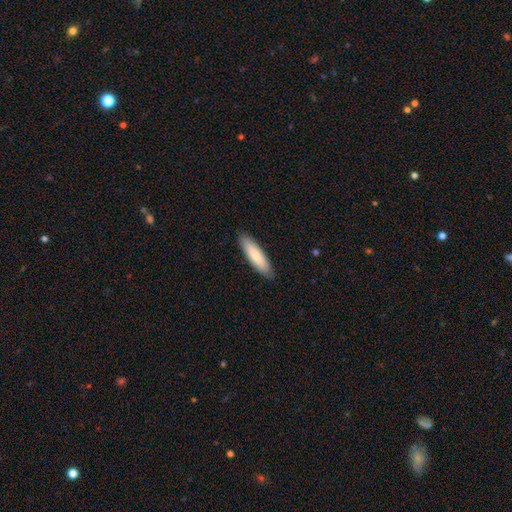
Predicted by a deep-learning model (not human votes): Smooth or featured: smooth — 84% (featured or disk — 11%)
How rounded: cigar-shaped — 67% (in between — 31%)
Merging: none — 89% (minor disturbance — 8%)